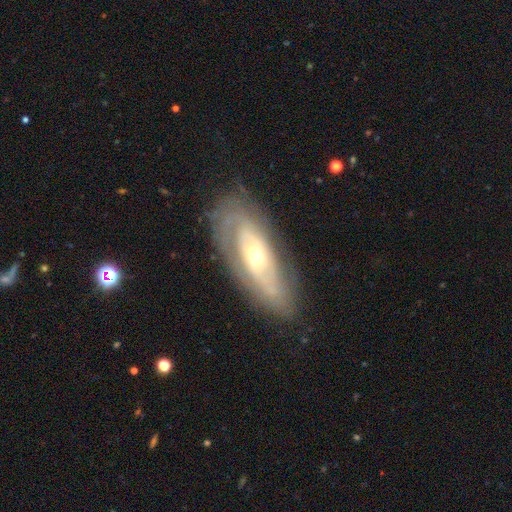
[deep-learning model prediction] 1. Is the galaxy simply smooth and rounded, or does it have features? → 78% featured or disk, 17% smooth, 6% star or artifact.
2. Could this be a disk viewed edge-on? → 86% no, 14% yes.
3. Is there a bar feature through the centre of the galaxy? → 72% no, 20% weak, 8% strong.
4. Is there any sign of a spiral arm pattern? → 77% yes, 23% no.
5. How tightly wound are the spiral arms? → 64% tight, 26% medium, 10% loose.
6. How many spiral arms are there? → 48% can't tell, 34% 2, 7% 3, 5% 1, 3% 4, 3% more than 4.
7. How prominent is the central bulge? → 53% moderate, 42% small, 4% large, 1% dominant, 1% none.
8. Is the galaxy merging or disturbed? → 78% none, 15% minor disturbance, 6% major disturbance, 1% merger.